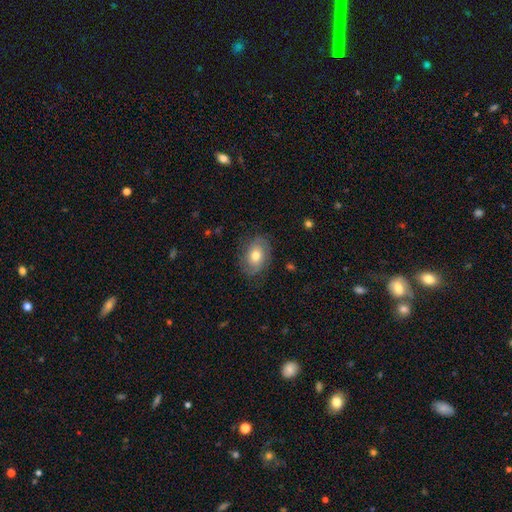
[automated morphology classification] Smooth or featured?
  - featured or disk: 50% *
  - smooth: 42%
  - star or artifact: 8%
Edge-on disk?
  - no: 95% *
  - yes: 5%
Merging?
  - none: 75% *
  - minor disturbance: 17%
  - major disturbance: 6%
  - merger: 1%